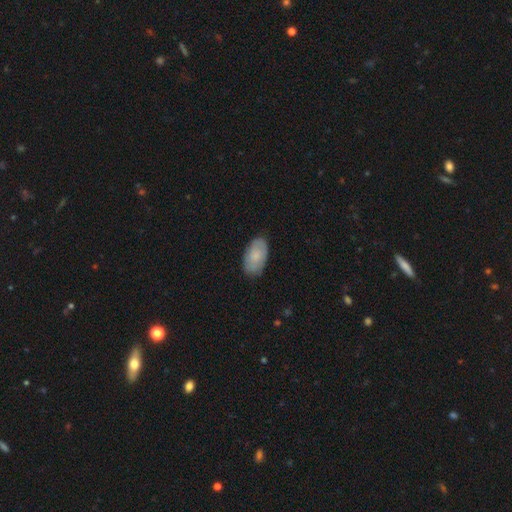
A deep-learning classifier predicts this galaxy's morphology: A smooth galaxy with no disk features (69%) that is in between round and cigar-shaped (95%).

Vote fractions:
- Smooth or featured? smooth: 69% / featured or disk: 24% / star or artifact: 6%
- How rounded? in between: 95% / round: 4% / cigar-shaped: 2%
- Merging? none: 81% / minor disturbance: 15% / major disturbance: 3% / merger: 1%